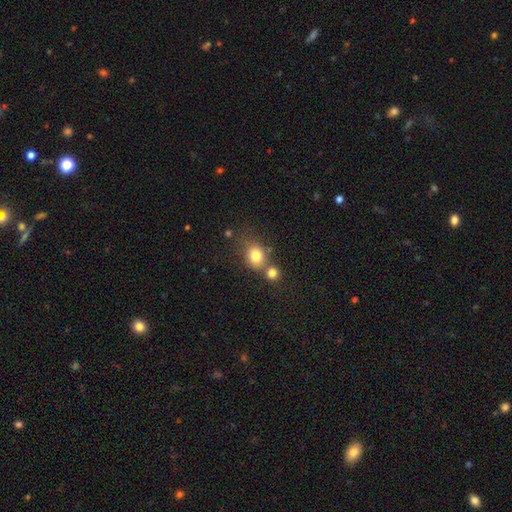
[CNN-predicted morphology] The model was most divided on "merging": none: 48%, merger: 35%, minor disturbance: 13%, major disturbance: 5%. More confident: smooth or featured — smooth (79%); how rounded — round (61%).